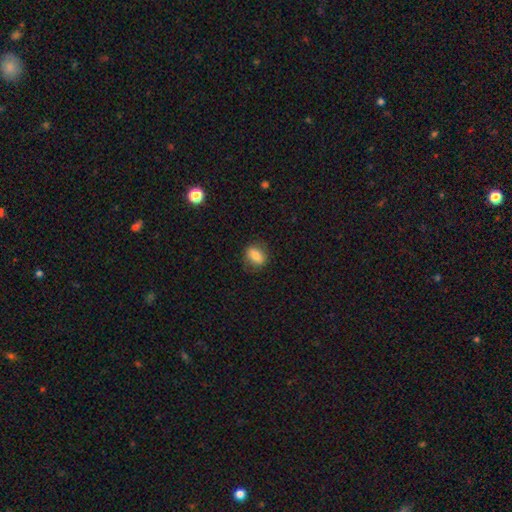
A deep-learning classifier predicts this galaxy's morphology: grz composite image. It shows a smooth galaxy with no disk features (77%) that is in between round and cigar-shaped (62%). Merging: none (81%).